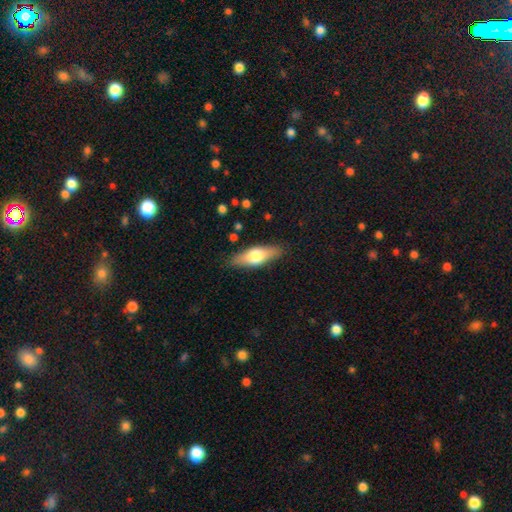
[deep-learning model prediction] Morphology: type=smooth (56%); roundness=in between (59%); merging=none (86%).